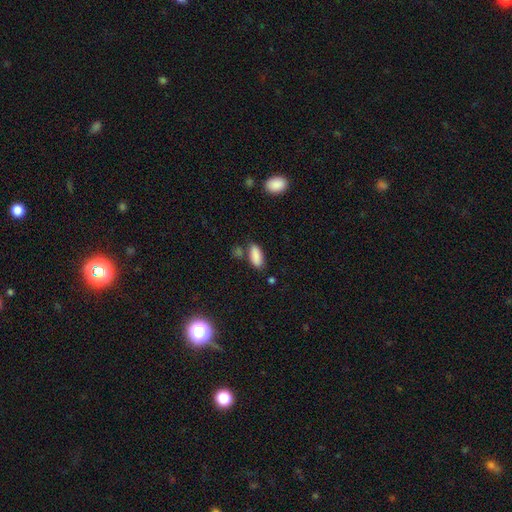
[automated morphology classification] The model was most divided on "merging": none: 72%, minor disturbance: 15%, merger: 9%, major disturbance: 4%. More confident: smooth or featured — smooth (87%); how rounded — in between (84%).